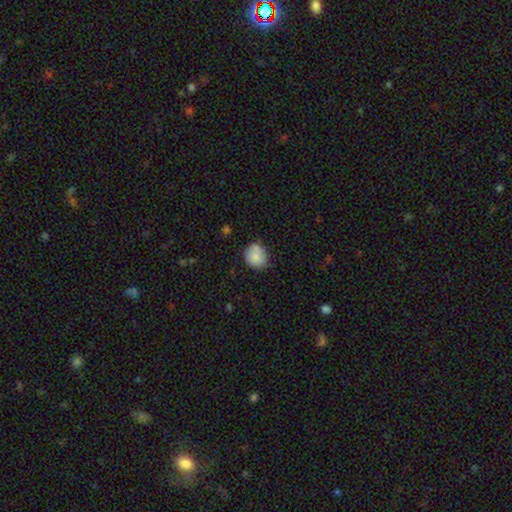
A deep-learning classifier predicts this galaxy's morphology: Q: Smooth or featured?
A: smooth (82%); runner-up: featured or disk (10%)
Q: How rounded?
A: round (76%); runner-up: in between (23%)
Q: Merging?
A: none (67%); runner-up: minor disturbance (24%)